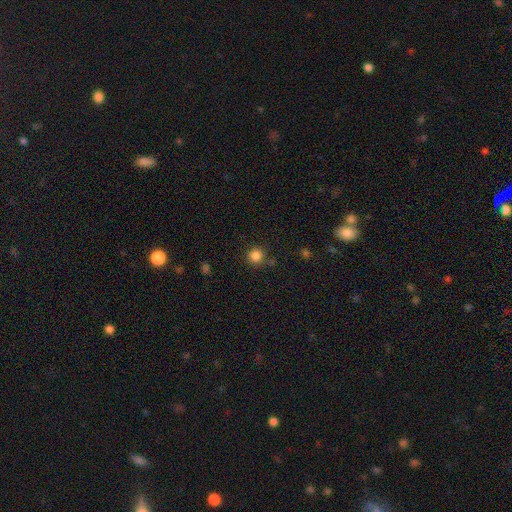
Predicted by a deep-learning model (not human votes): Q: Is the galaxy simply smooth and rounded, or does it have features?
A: smooth — 84%.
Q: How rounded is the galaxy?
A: round — 94%.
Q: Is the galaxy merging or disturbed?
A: none — 83%.